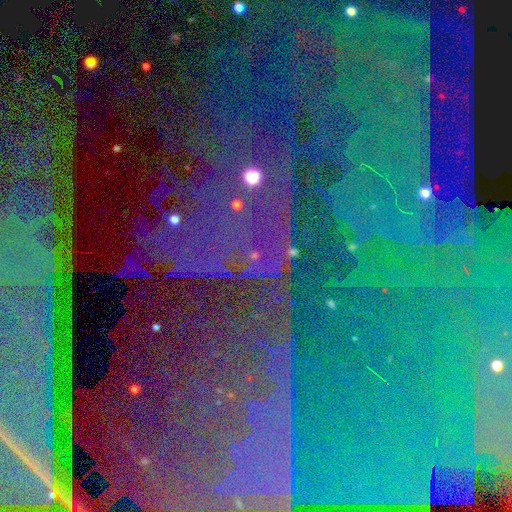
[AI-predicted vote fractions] Smooth or featured? Predicted: star or artifact (p=0.86).